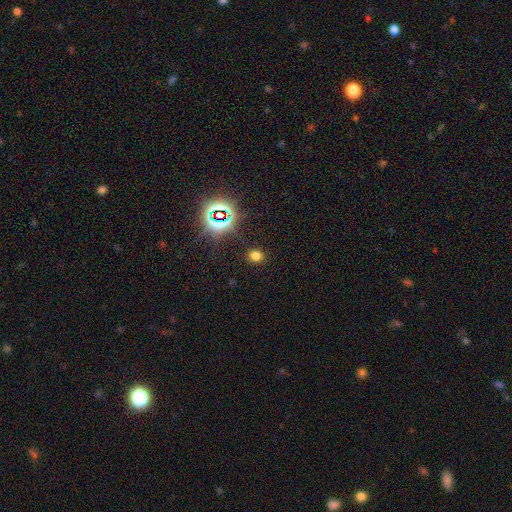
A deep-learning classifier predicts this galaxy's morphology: This appears to be a smooth galaxy with no disk features (67%) that is round (73%). Merging: none (87%).